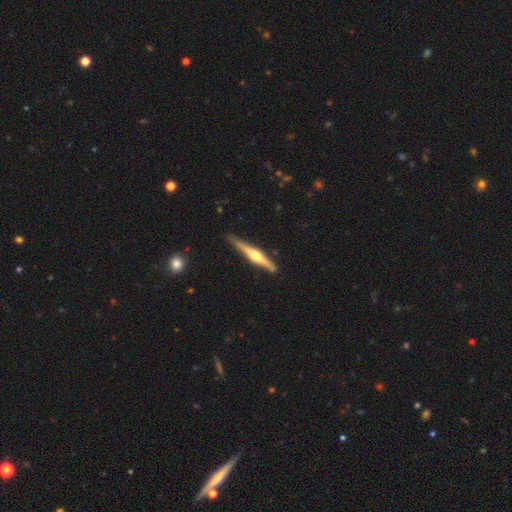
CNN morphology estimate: type=featured or disk (75%); edge-on=yes (98%); edge-on bulge=rounded (94%); merging=none (86%).